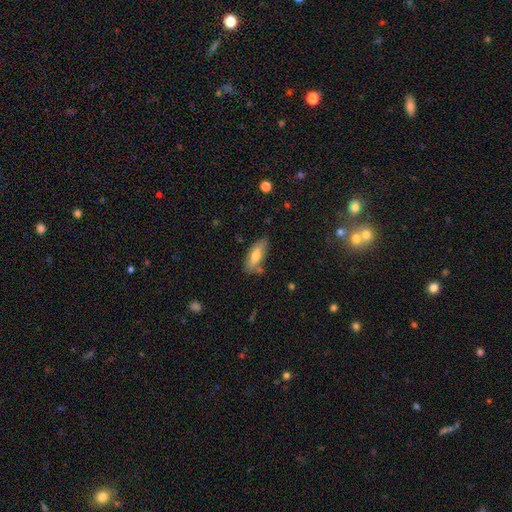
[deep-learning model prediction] A smooth galaxy with no disk features (69%) that is in between round and cigar-shaped (71%). Merging: none (75%).